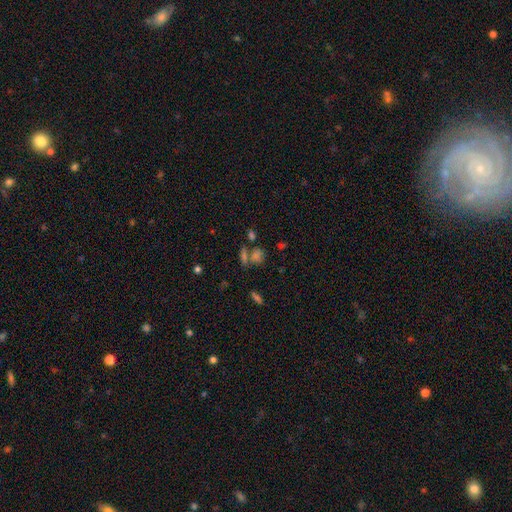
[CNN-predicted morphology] Smooth or featured? smooth (57%)
How rounded? round (53%)
Merging? none (55%)